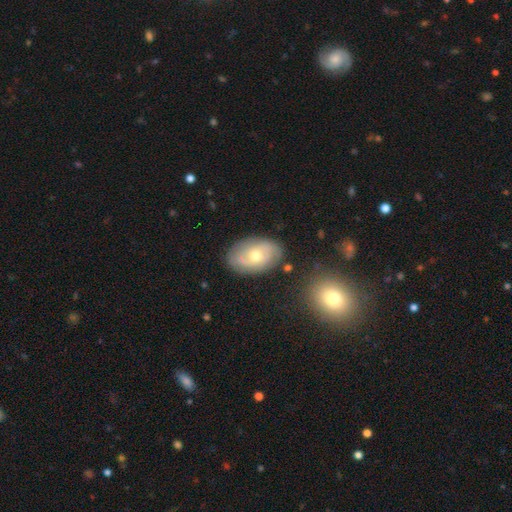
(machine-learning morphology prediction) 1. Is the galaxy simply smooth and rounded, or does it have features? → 56% featured or disk, 36% smooth, 7% star or artifact.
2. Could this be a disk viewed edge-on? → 94% no, 6% yes.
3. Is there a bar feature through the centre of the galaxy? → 72% no, 24% weak, 4% strong.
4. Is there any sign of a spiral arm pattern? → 74% yes, 26% no.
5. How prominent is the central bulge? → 56% moderate, 39% small, 3% large, 1% none, 1% dominant.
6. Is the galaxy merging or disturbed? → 79% none, 14% minor disturbance, 4% major disturbance, 3% merger.